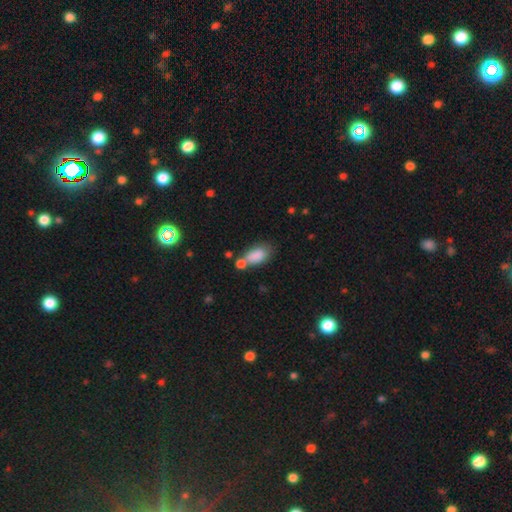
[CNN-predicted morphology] The model was most divided on "merging": none: 41%, merger: 32%, minor disturbance: 19%, major disturbance: 8%. More confident: how rounded — in between (89%); smooth or featured — smooth (83%).